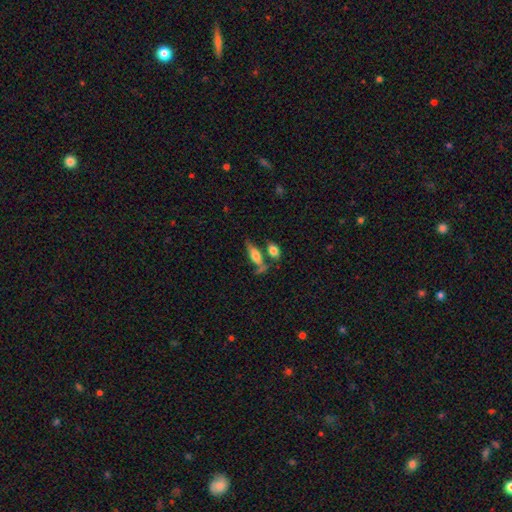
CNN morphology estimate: smooth_or_featured: smooth (p=0.58) [alt: featured or disk p=0.34]
how_rounded: in between (p=0.59) [alt: cigar-shaped p=0.36]
merging: none (p=0.53) [alt: merger p=0.23]